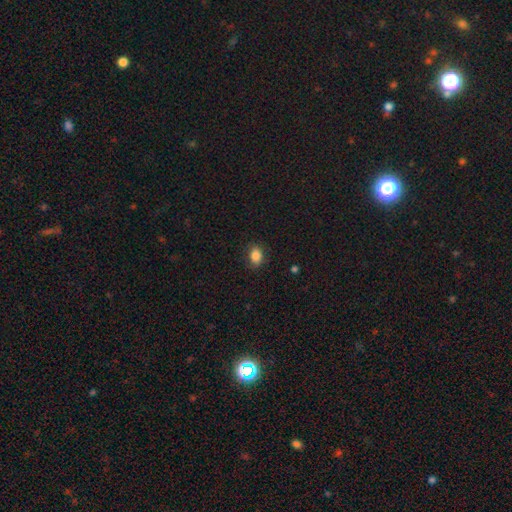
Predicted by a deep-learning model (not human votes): Smooth or featured? Predicted: smooth (p=0.86). How rounded? Predicted: in between (p=0.74). Merging? Predicted: none (p=0.84).